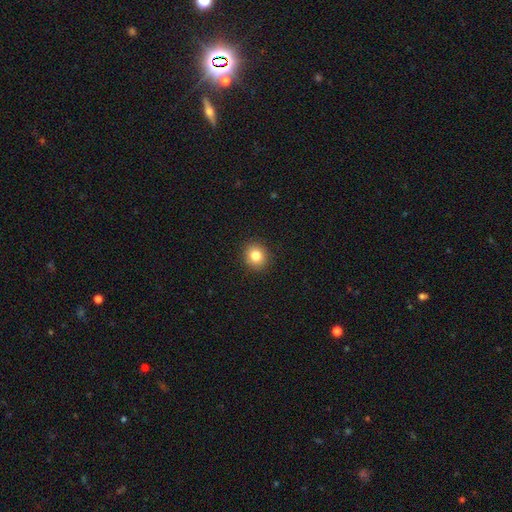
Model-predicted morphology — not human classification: Smooth or featured?
  - smooth: 82% *
  - star or artifact: 11%
  - featured or disk: 7%
How rounded?
  - round: 85% *
  - in between: 14%
  - cigar-shaped: 1%
Merging?
  - none: 92% *
  - minor disturbance: 6%
  - major disturbance: 2%
  - merger: 1%